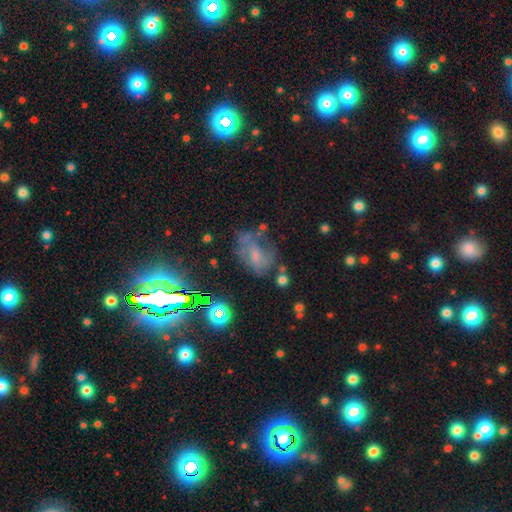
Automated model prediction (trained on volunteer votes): Smooth or featured: featured or disk — 43% (smooth — 36%)
Merging: none — 43% (major disturbance — 26%)